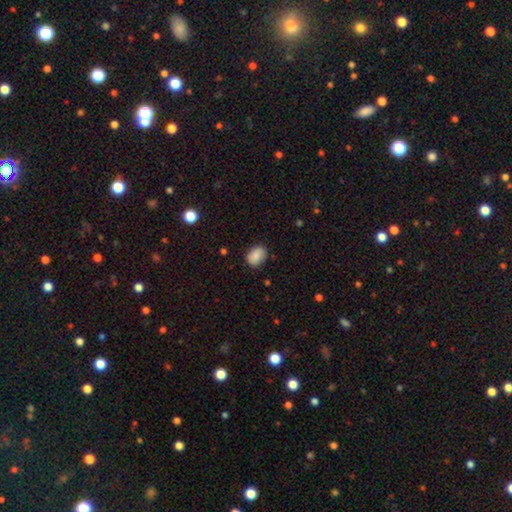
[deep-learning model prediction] Q: Smooth or featured?
A: smooth (85%); runner-up: star or artifact (7%)
Q: How rounded?
A: in between (72%); runner-up: round (27%)
Q: Merging?
A: none (81%); runner-up: minor disturbance (15%)